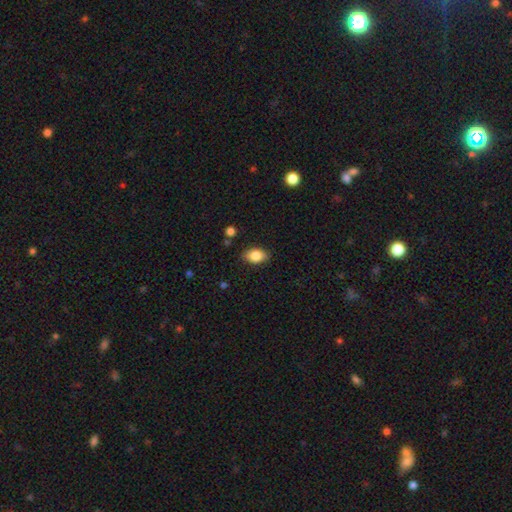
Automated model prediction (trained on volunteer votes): A smooth galaxy with no disk features (85%) that is in between round and cigar-shaped (85%). Merging: none (85%).